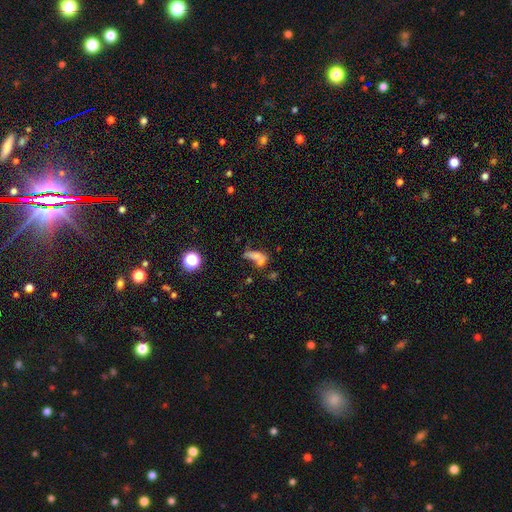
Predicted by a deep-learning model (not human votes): The model was most divided on "merging": merger: 44%, none: 25%, major disturbance: 18%, minor disturbance: 13%. More confident: how rounded — in between (56%); smooth or featured — smooth (53%).